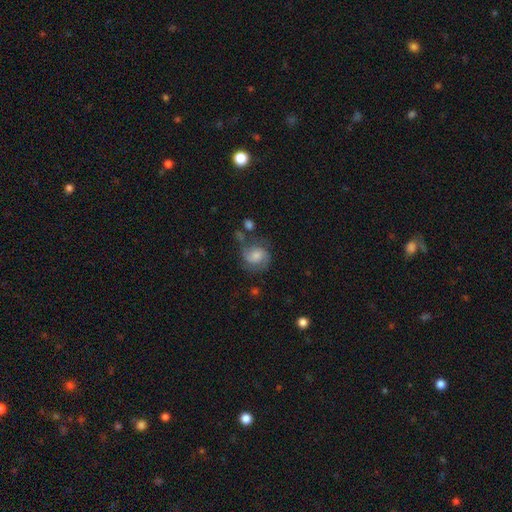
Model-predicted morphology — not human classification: smooth-or-featured: featured or disk: 64% | smooth: 28% | star or artifact: 8%
  disk-edge-on: no: 98% | yes: 2%
    bar: no: 60% | weak: 35% | strong: 6%
    has-spiral-arms: yes: 92% | no: 8%
      spiral-winding: medium: 49% | tight: 31% | loose: 21%
      spiral-arm-count: 2: 77% | can't tell: 10% | 1: 6% | 3: 5% | 4: 2% | more than 4: 2%
    bulge-size: moderate: 43% | small: 33% | large: 12% | none: 10% | dominant: 2%
  merging: none: 54% | minor disturbance: 22% | major disturbance: 15% | merger: 8%